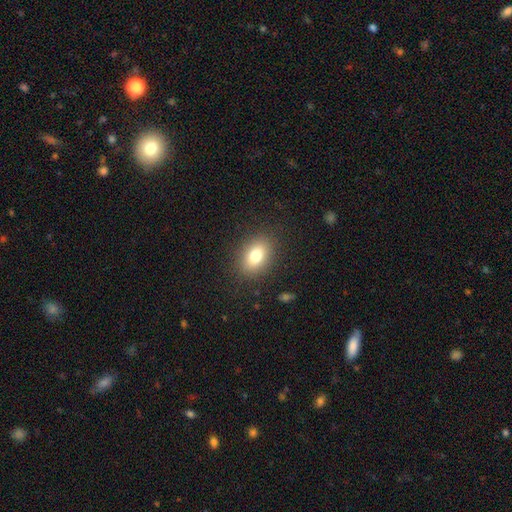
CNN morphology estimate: The model was most divided on "how rounded": in between: 77%, round: 21%, cigar-shaped: 2%. More confident: merging — none (86%); smooth or featured — smooth (78%).